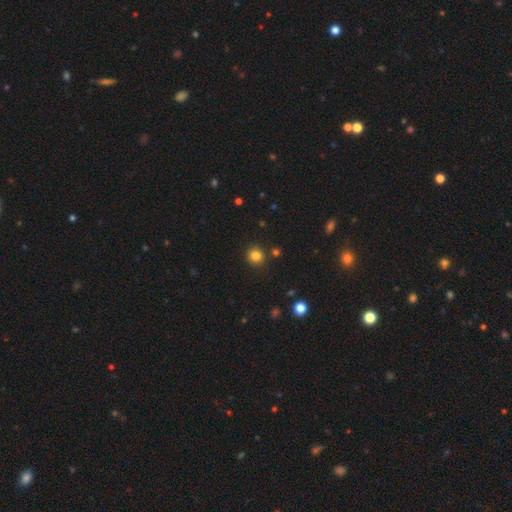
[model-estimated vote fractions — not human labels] This appears to be a smooth galaxy with no disk features (82%) that is round (91%). Merging: none (88%).